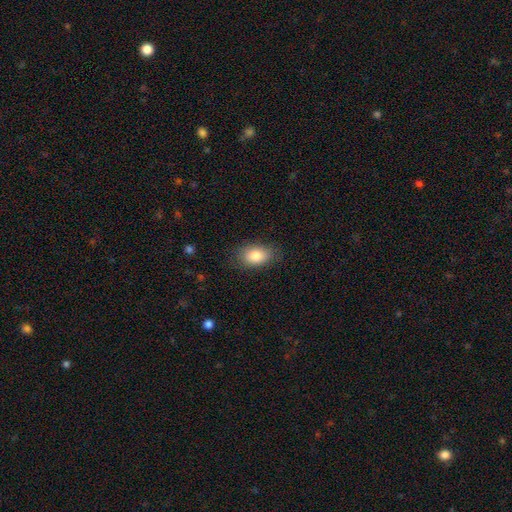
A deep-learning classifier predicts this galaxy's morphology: The model was most divided on "merging": none: 80%, minor disturbance: 15%, major disturbance: 4%, merger: 1%. More confident: how rounded — in between (86%); smooth or featured — smooth (85%).